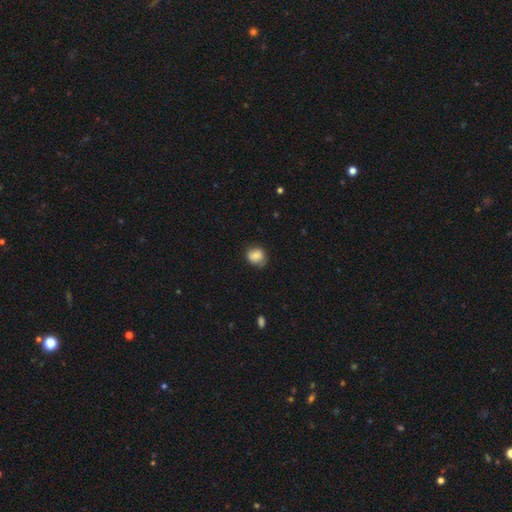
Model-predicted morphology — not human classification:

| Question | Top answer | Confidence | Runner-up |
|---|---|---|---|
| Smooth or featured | smooth | 79% | featured or disk (12%) |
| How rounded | round | 67% | in between (32%) |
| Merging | none | 68% | minor disturbance (24%) |